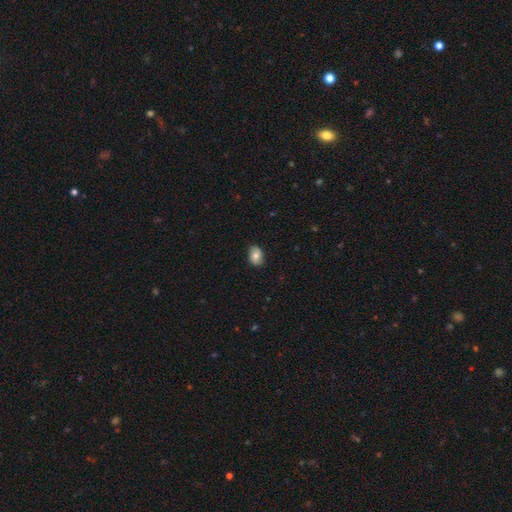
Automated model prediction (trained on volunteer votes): smooth-or-featured: smooth: 70% | featured or disk: 22% | star or artifact: 8%
  how-rounded: in between: 74% | round: 24% | cigar-shaped: 1%
  merging: none: 82% | minor disturbance: 14% | major disturbance: 3% | merger: 1%